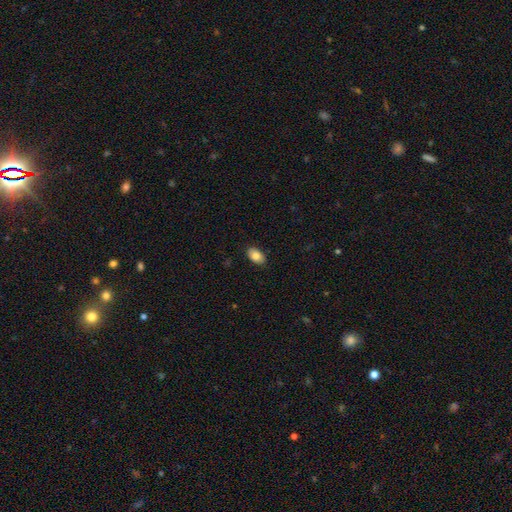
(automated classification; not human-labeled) The model was most divided on "smooth or featured": smooth: 84%, featured or disk: 8%, star or artifact: 7%. More confident: how rounded — in between (92%); merging — none (87%).